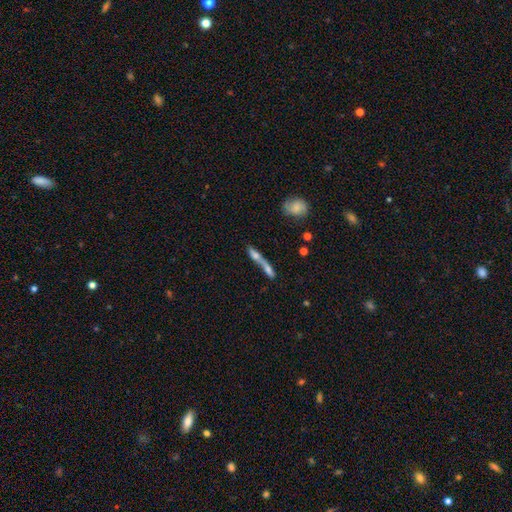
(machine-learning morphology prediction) type=smooth (55%); roundness=cigar-shaped (64%); merging=merger (68%).